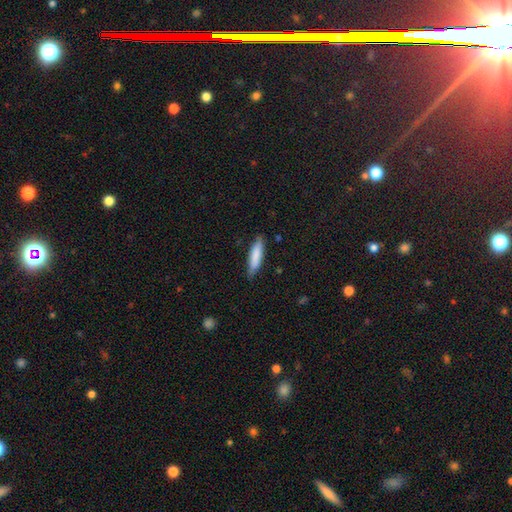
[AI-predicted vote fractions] smooth_or_featured: smooth (p=0.81) [alt: featured or disk p=0.13]
how_rounded: cigar-shaped (p=0.73) [alt: in between p=0.26]
merging: none (p=0.81) [alt: minor disturbance p=0.15]